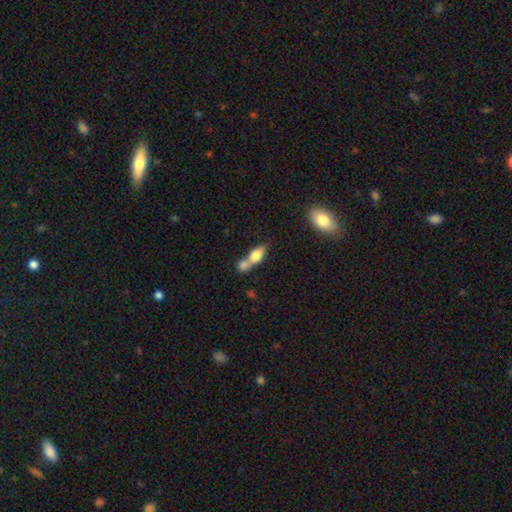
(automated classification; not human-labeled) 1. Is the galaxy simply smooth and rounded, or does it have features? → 71% smooth, 22% featured or disk, 8% star or artifact.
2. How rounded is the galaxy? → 70% in between, 19% cigar-shaped, 11% round.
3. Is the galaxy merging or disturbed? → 60% merger, 26% none, 9% minor disturbance, 4% major disturbance.